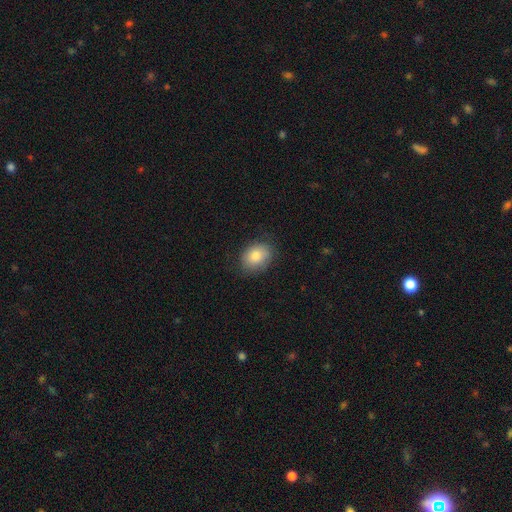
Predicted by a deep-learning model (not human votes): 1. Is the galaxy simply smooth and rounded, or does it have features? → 81% smooth, 11% featured or disk, 8% star or artifact.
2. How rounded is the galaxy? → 61% in between, 39% round, 1% cigar-shaped.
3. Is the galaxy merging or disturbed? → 78% none, 17% minor disturbance, 4% major disturbance, 1% merger.